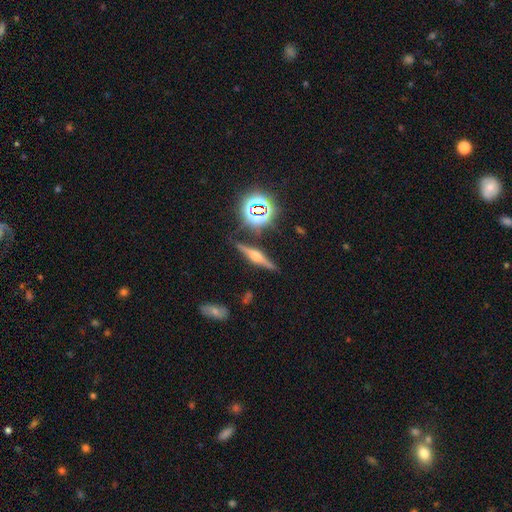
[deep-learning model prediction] Q: Smooth or featured?
A: featured or disk (68%); runner-up: smooth (17%)
Q: Edge-on disk?
A: yes (96%); runner-up: no (4%)
Q: Edge-on bulge?
A: rounded (88%); runner-up: boxy (9%)
Q: Merging?
A: none (86%); runner-up: minor disturbance (9%)